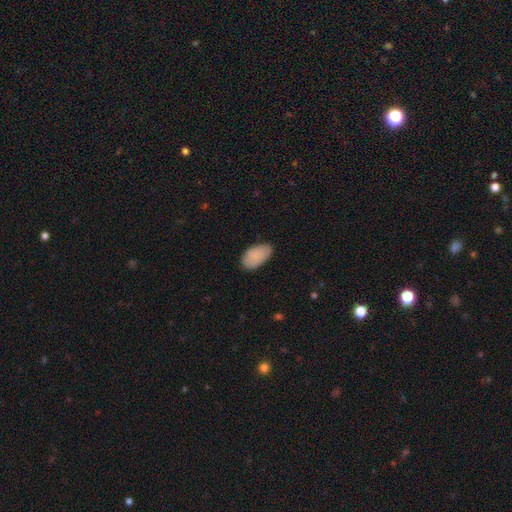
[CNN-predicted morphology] A smooth galaxy with no disk features (85%) that is in between round and cigar-shaped (95%). Merging: none (77%).